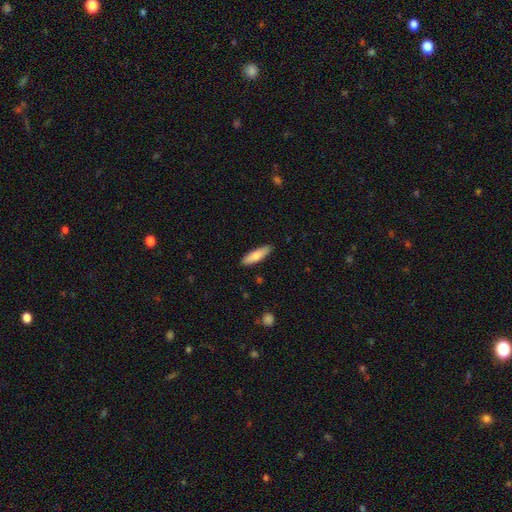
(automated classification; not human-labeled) Smooth or featured? Predicted: smooth (p=0.77). How rounded? Predicted: cigar-shaped (p=0.61). Merging? Predicted: none (p=0.87).